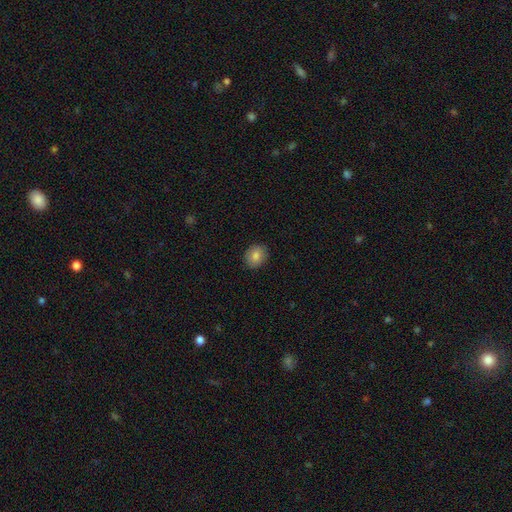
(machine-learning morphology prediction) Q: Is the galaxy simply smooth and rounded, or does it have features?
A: smooth — 82%.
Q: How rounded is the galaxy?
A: round — 71%.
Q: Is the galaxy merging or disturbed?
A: none — 89%.